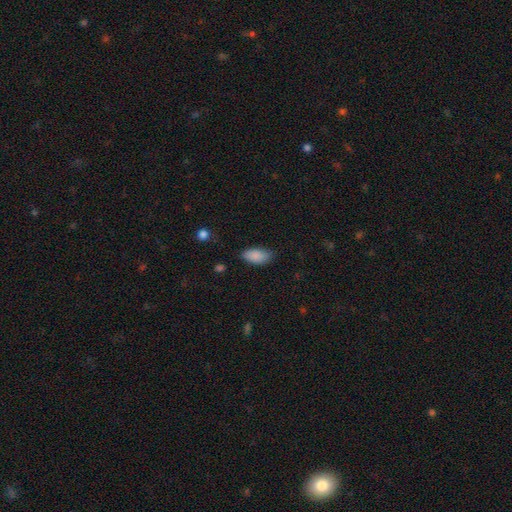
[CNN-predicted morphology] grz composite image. It shows a smooth galaxy with no disk features (88%) that is in between round and cigar-shaped (93%). Merging: none (77%).